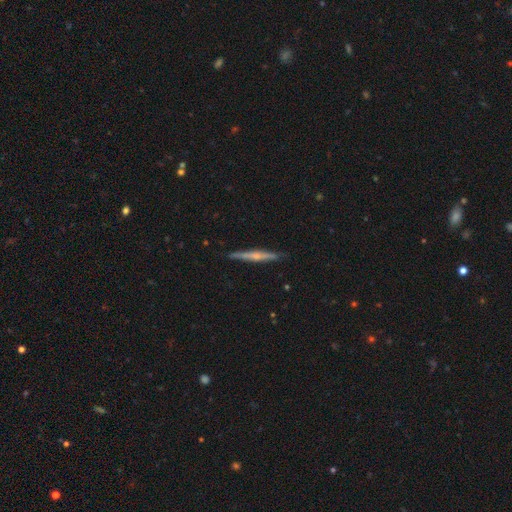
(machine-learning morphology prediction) Smooth or featured? Predicted: featured or disk (p=0.64). Edge-on disk? Predicted: yes (p=0.97). Edge-on bulge? Predicted: rounded (p=0.61). Merging? Predicted: none (p=0.90).